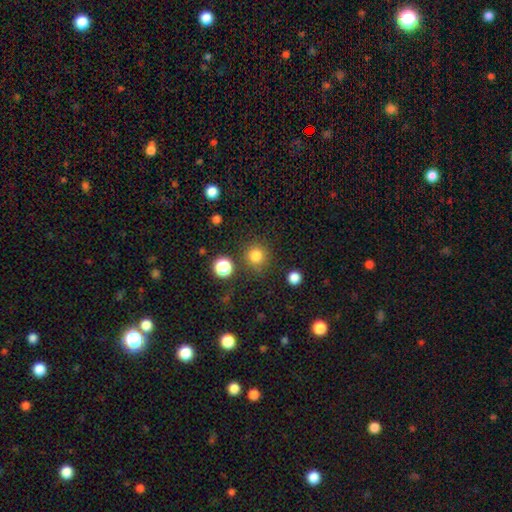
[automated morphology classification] Q: Smooth or featured?
A: smooth (82%); runner-up: star or artifact (14%)
Q: How rounded?
A: round (94%); runner-up: in between (5%)
Q: Merging?
A: none (83%); runner-up: minor disturbance (8%)